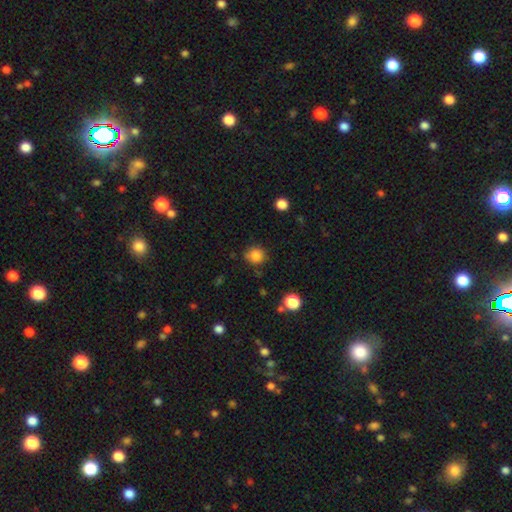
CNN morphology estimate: A smooth galaxy with no disk features (84%) that is round (86%). Merging: none (78%).